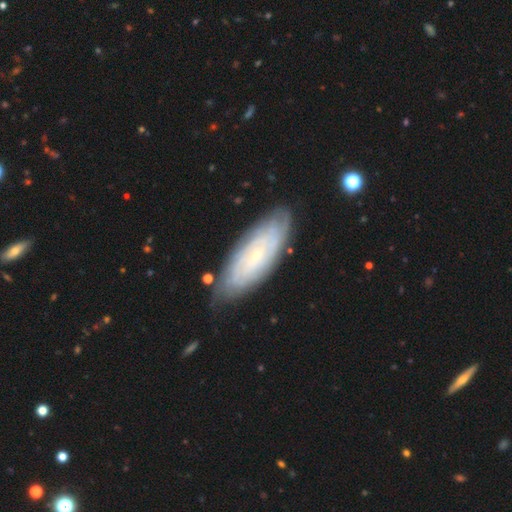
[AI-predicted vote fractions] A featured or disk galaxy (70%) with no bar (74%), tight (81%) spiral arms (89%) and a small central bulge (82%).

Vote fractions:
- Smooth or featured? featured or disk: 70% / smooth: 24% / star or artifact: 7%
- Edge-on disk? no: 87% / yes: 13%
- Bar? no: 74% / weak: 21% / strong: 5%
- Spiral arms? yes: 89% / no: 11%
- Spiral winding? tight: 81% / medium: 15% / loose: 4%
- Spiral arm count? can't tell: 64% / 2: 9% / 4: 9% / more than 4: 7% / 3: 7% / 1: 4%
- Bulge size? small: 82% / moderate: 13% / none: 3% / large: 1% / dominant: 1%
- Merging? none: 78% / minor disturbance: 16% / major disturbance: 4% / merger: 2%